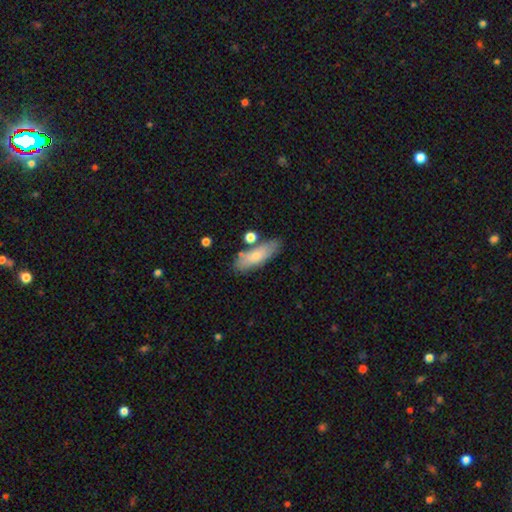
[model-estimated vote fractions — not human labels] Overall: smooth (71%). How rounded: in between (63%; cigar-shaped 34%). Merging: none (72%).